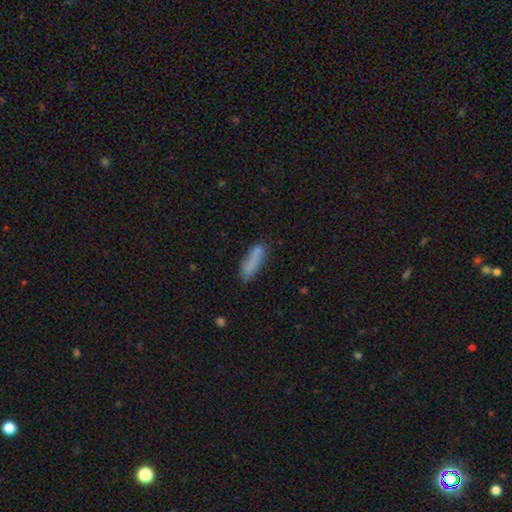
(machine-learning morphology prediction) The model was most divided on "how rounded": cigar-shaped: 57%, in between: 41%, round: 2%. More confident: smooth or featured — smooth (81%); merging — none (64%).